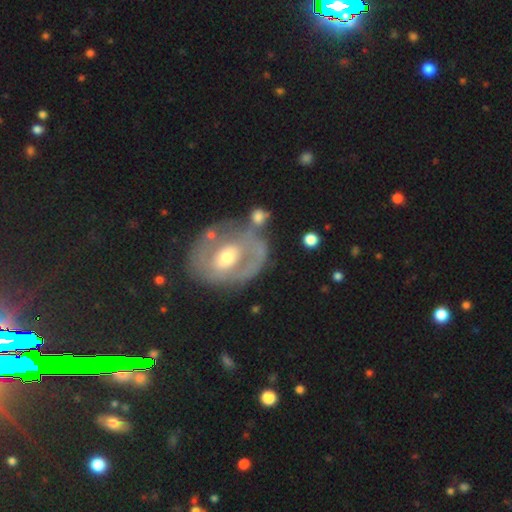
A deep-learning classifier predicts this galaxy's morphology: The model was most divided on "spiral arms": no: 51%, yes: 49%. Remaining: edge-on disk — no (95%); smooth or featured — featured or disk (69%); bulge size — moderate (64%); merging — none (61%); bar — no (43%).